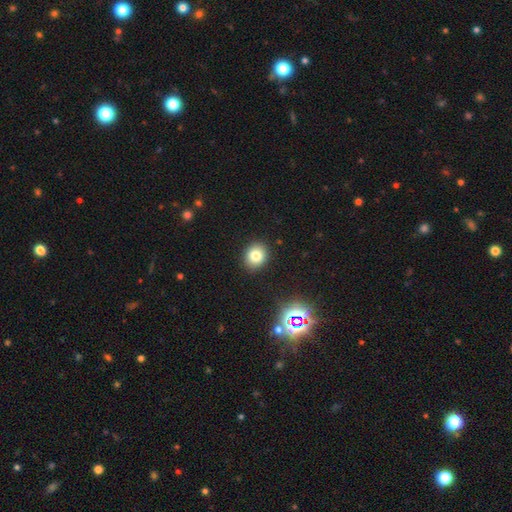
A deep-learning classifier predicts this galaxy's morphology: Q: Smooth or featured?
A: smooth (79%); runner-up: star or artifact (13%)
Q: How rounded?
A: round (69%); runner-up: in between (31%)
Q: Merging?
A: none (90%); runner-up: minor disturbance (7%)